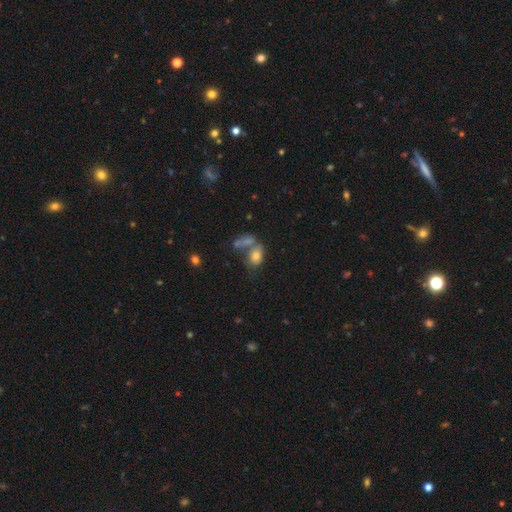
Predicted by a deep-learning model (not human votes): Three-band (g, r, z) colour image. It shows a smooth galaxy with no disk features (73%) that is in between round and cigar-shaped (77%). Merging: merger (42%).